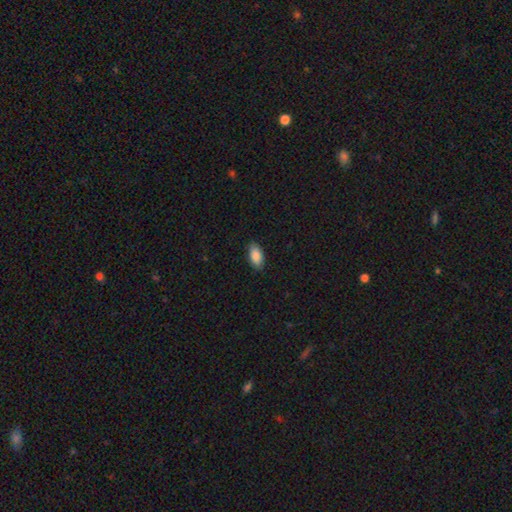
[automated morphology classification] The model was most divided on "merging": none: 87%, minor disturbance: 10%, major disturbance: 2%, merger: 1%. More confident: how rounded — in between (93%); smooth or featured — smooth (87%).